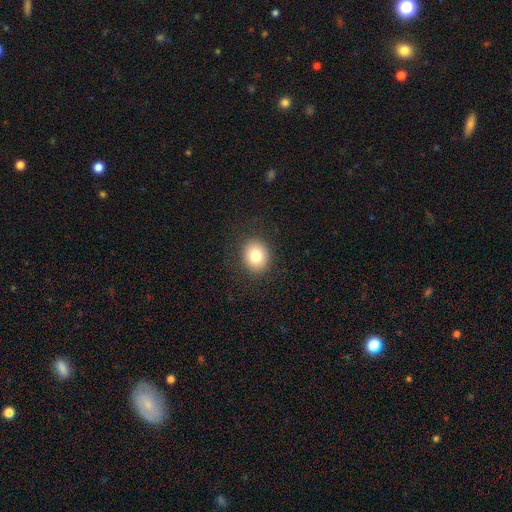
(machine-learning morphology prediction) Smooth or featured? Predicted: smooth (p=0.81). How rounded? Predicted: round (p=0.69). Merging? Predicted: none (p=0.88).